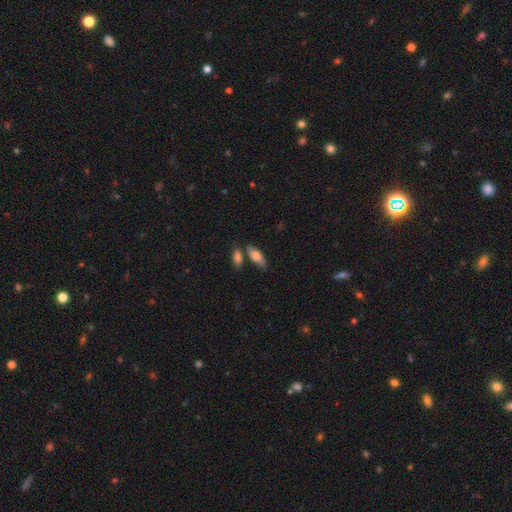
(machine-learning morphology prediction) Smooth or featured: smooth — 78% (featured or disk — 16%)
How rounded: in between — 77% (cigar-shaped — 21%)
Merging: none — 63% (merger — 17%)